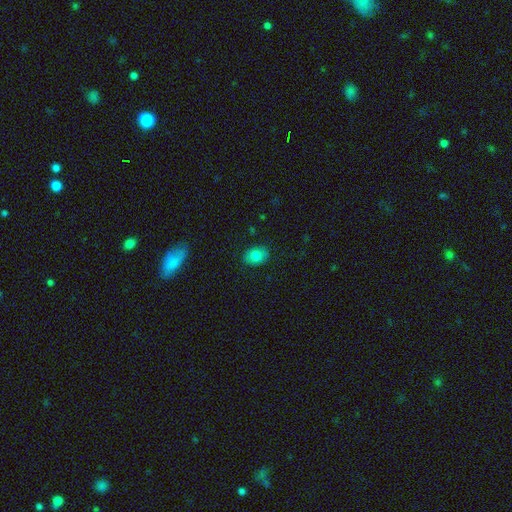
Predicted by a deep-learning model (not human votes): This is clearly a smooth galaxy (81%). How rounded: likely in between (71%). Merging: clearly none (86%).